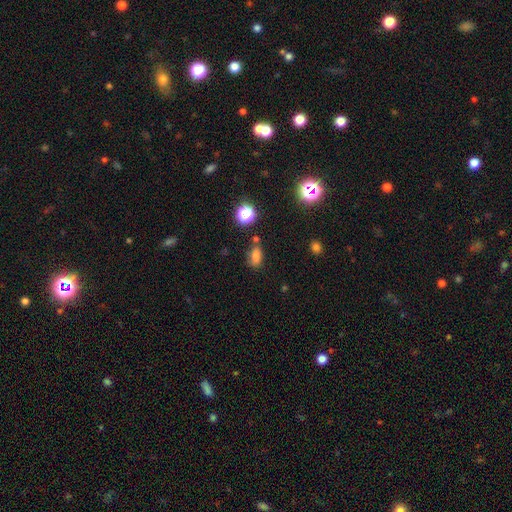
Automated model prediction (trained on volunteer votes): Morphology: type=smooth (75%); roundness=in between (81%); merging=none (69%).